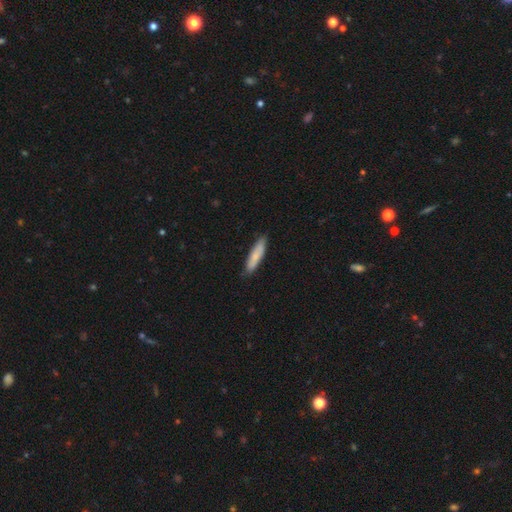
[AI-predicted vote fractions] A smooth galaxy with no disk features (74%) that is cigar-shaped (76%). Merging: none (83%).